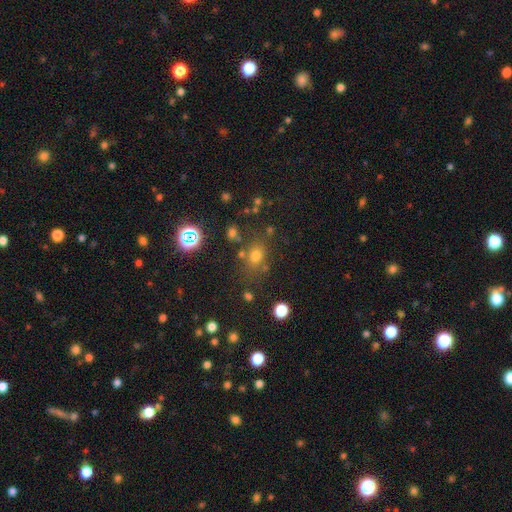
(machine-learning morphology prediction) smooth 60%, star or artifact 30%, featured or disk 10%. Down the decision tree: how rounded — round (60%); merging — none (73%).